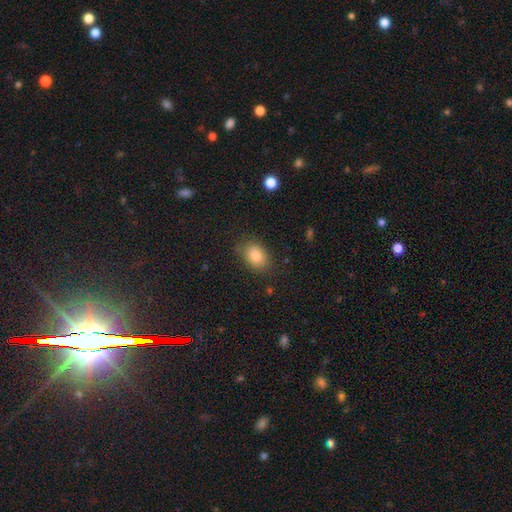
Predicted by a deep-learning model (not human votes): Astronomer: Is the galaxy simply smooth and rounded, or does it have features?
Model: smooth — 80%.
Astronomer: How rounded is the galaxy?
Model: in between — 72%.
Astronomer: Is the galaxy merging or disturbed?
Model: none — 80%.